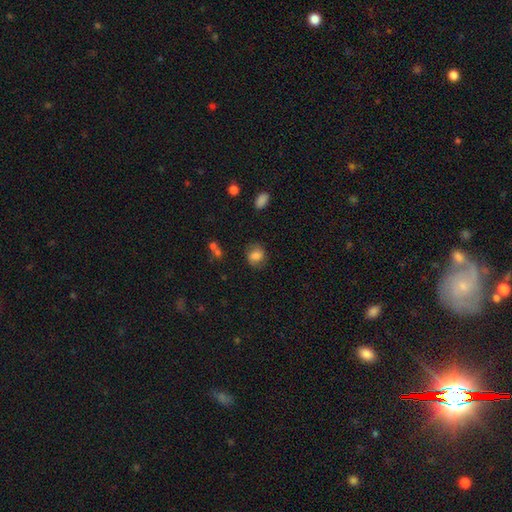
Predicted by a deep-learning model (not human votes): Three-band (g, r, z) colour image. It shows a smooth galaxy with no disk features (78%) that is round (62%). Merging: none (77%).